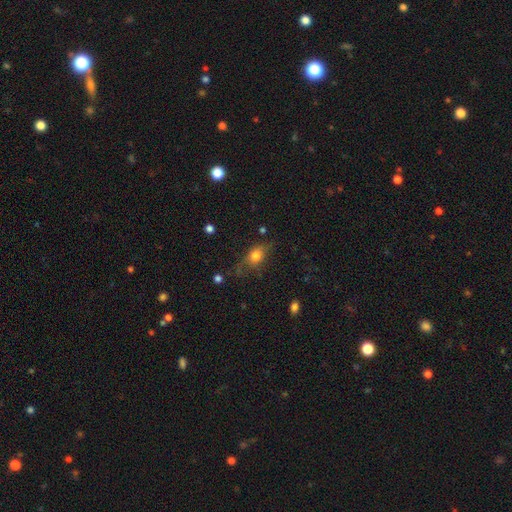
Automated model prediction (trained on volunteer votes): Morphology: type=smooth (69%); roundness=in between (62%); merging=none (56%).